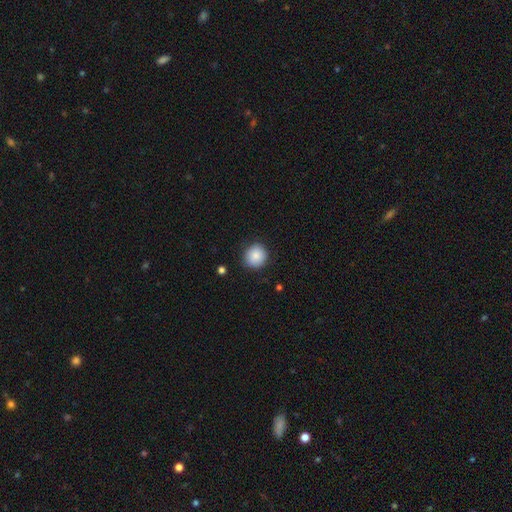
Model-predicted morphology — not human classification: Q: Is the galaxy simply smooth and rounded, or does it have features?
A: smooth — 86%.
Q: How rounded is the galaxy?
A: round — 88%.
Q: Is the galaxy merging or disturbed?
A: none — 87%.